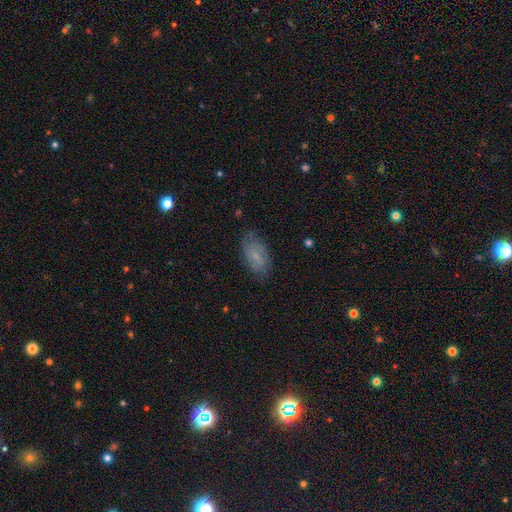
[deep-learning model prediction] The model was most divided on "smooth or featured": smooth: 50%, featured or disk: 41%, star or artifact: 9%. More confident: how rounded — in between (90%); merging — none (76%).